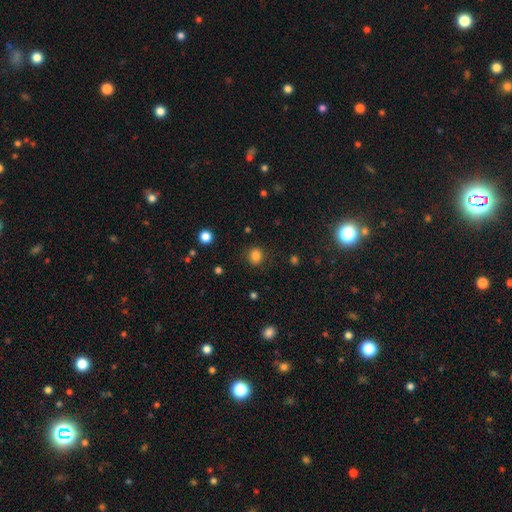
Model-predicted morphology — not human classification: type=smooth (83%); roundness=round (78%); merging=none (86%).